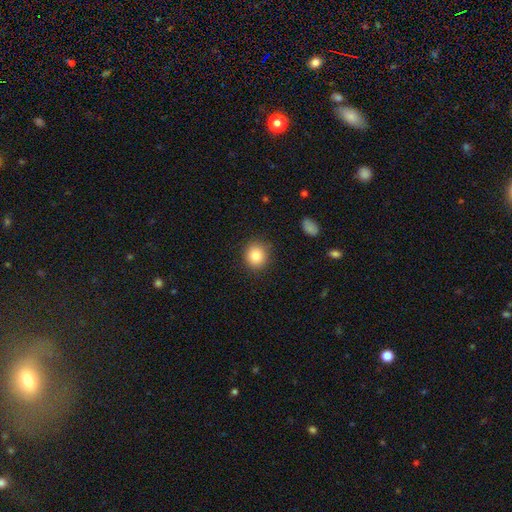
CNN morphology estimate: This appears to be a smooth galaxy with no disk features (84%) that is round (85%). Merging: none (87%).